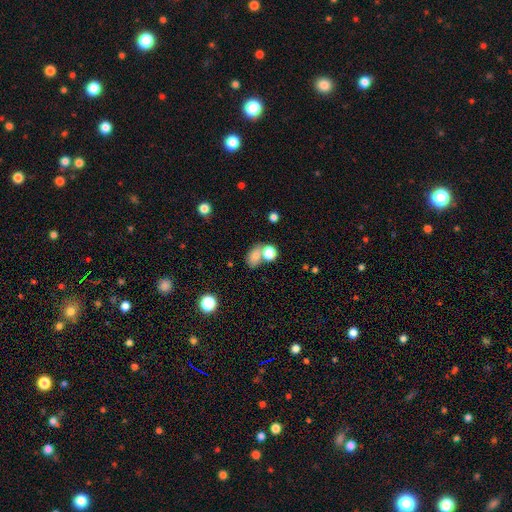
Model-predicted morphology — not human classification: Smooth or featured: smooth — 76% (star or artifact — 14%)
How rounded: in between — 65% (round — 34%)
Merging: none — 45% (merger — 36%)